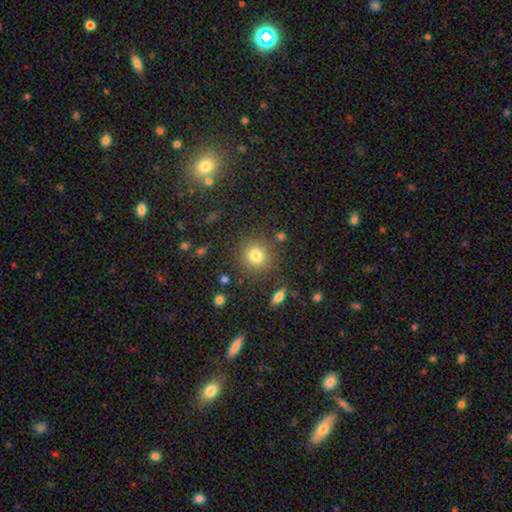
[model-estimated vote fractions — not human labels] Smooth or featured? smooth (79%)
How rounded? round (89%)
Merging? none (84%)